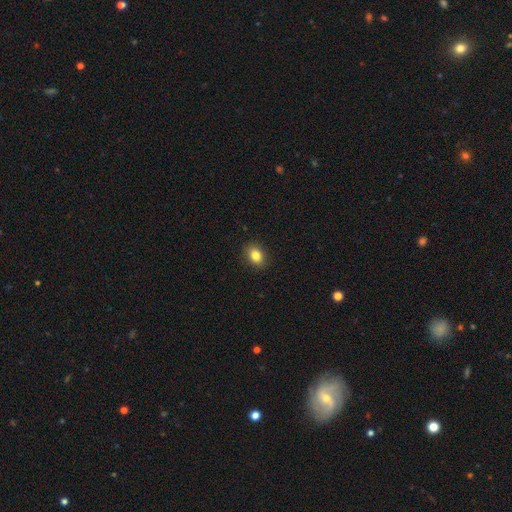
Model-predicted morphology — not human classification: The model was most divided on "how rounded": in between: 61%, round: 38%, cigar-shaped: 1%. More confident: merging — none (89%); smooth or featured — smooth (83%).